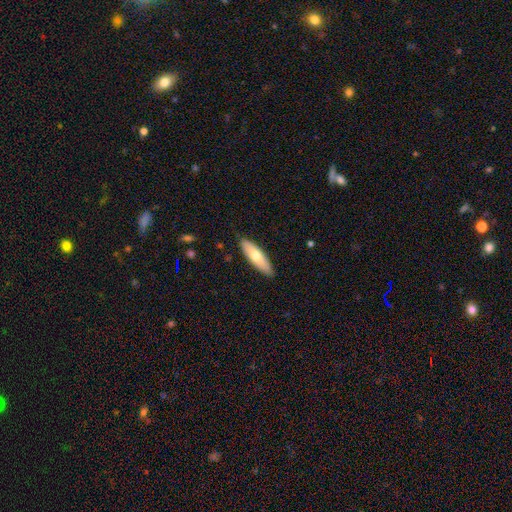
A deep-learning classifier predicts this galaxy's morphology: Q: Smooth or featured?
A: smooth (67%); runner-up: featured or disk (27%)
Q: How rounded?
A: cigar-shaped (53%); runner-up: in between (45%)
Q: Merging?
A: none (87%); runner-up: minor disturbance (10%)